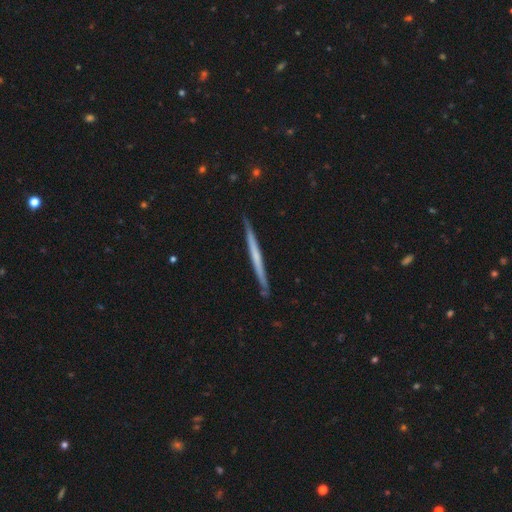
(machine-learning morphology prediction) Q: Smooth or featured?
A: featured or disk (55%); runner-up: smooth (40%)
Q: Edge-on disk?
A: yes (98%); runner-up: no (2%)
Q: Edge-on bulge?
A: none (86%); runner-up: rounded (9%)
Q: Merging?
A: none (90%); runner-up: minor disturbance (8%)